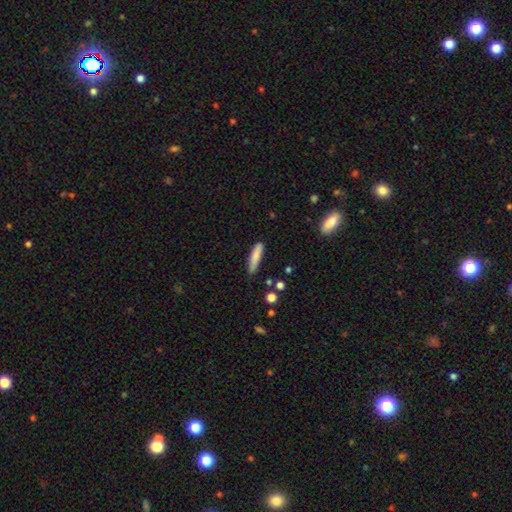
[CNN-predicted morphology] smooth_or_featured: smooth (p=0.80) [alt: featured or disk p=0.13]
how_rounded: cigar-shaped (p=0.80) [alt: in between p=0.18]
merging: none (p=0.77) [alt: minor disturbance p=0.18]